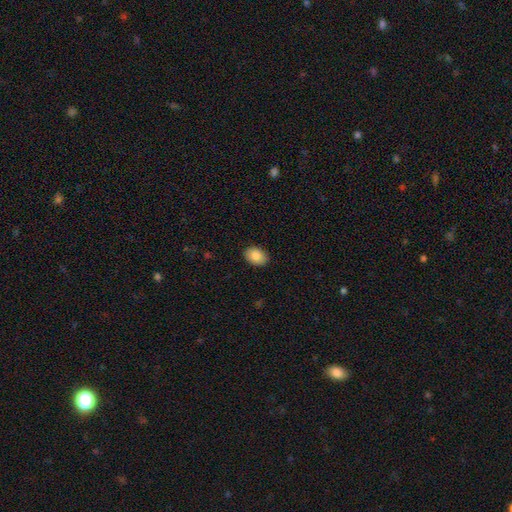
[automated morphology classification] A smooth galaxy with no disk features (86%) that is in between round and cigar-shaped (80%).

Vote fractions:
- Smooth or featured? smooth: 86% / star or artifact: 7% / featured or disk: 7%
- How rounded? in between: 80% / round: 19% / cigar-shaped: 1%
- Merging? none: 88% / minor disturbance: 9% / major disturbance: 2% / merger: 1%